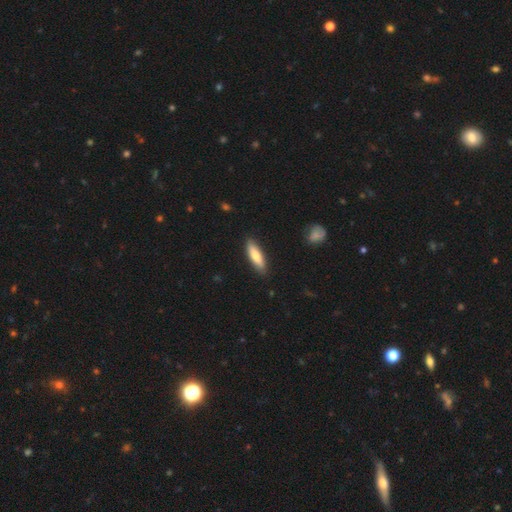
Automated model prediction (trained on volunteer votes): A smooth galaxy with no disk features (74%) that is cigar-shaped (57%). Merging: none (87%).